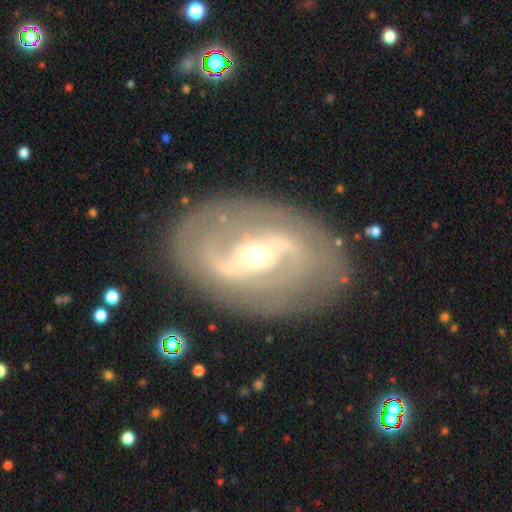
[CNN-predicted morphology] Q: Smooth or featured?
A: featured or disk (85%); runner-up: smooth (9%)
Q: Edge-on disk?
A: no (96%); runner-up: yes (4%)
Q: Bar?
A: strong (42%); runner-up: weak (38%)
Q: Spiral arms?
A: yes (88%); runner-up: no (12%)
Q: Spiral winding?
A: medium (43%); runner-up: tight (30%)
Q: Spiral arm count?
A: 2 (81%); runner-up: can't tell (10%)
Q: Bulge size?
A: small (53%); runner-up: moderate (43%)
Q: Merging?
A: none (82%); runner-up: minor disturbance (11%)